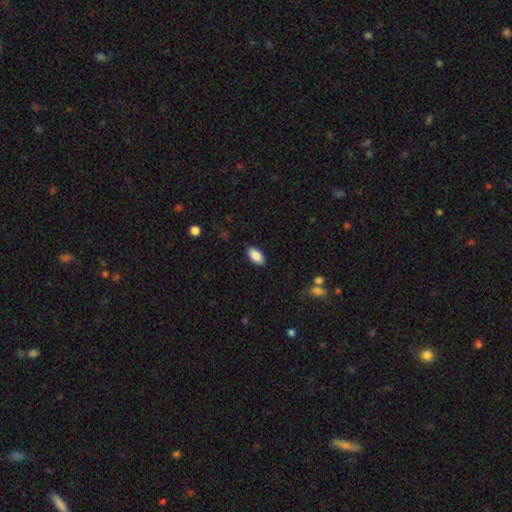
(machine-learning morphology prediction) smooth 89%, star or artifact 7%, featured or disk 4%. Down the decision tree: how rounded — in between (93%); merging — none (88%).